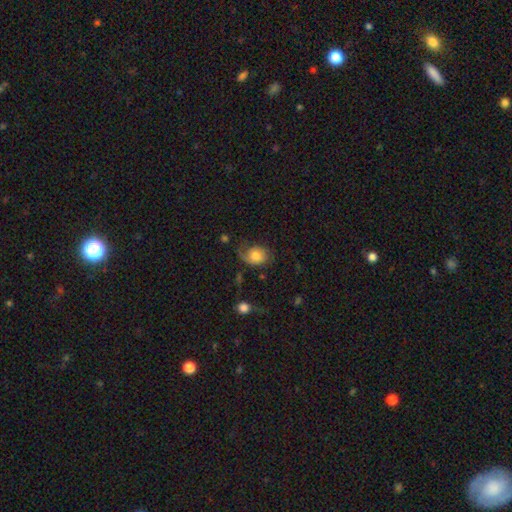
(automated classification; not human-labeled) This appears to be a smooth galaxy with no disk features (57%) that is in between round and cigar-shaped (57%). Merging: none (46%).